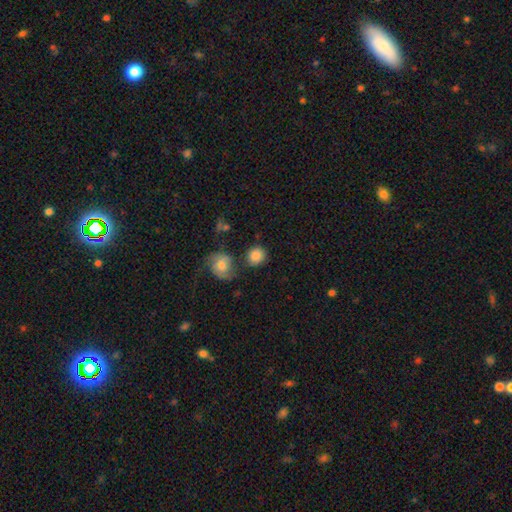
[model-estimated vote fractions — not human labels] Smooth or featured?
  - smooth: 84% *
  - featured or disk: 9%
  - star or artifact: 7%
How rounded?
  - round: 85% *
  - in between: 14%
  - cigar-shaped: 1%
Merging?
  - none: 68% *
  - merger: 14%
  - minor disturbance: 13%
  - major disturbance: 5%